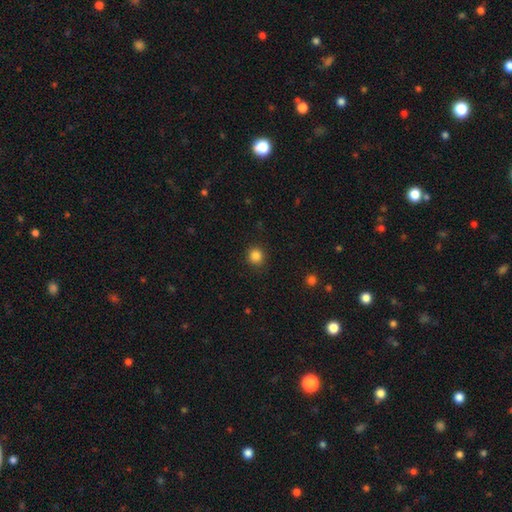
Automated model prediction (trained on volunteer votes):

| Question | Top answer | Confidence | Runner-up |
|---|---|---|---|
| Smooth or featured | smooth | 85% | star or artifact (12%) |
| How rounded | round | 92% | in between (7%) |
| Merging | none | 90% | minor disturbance (7%) |